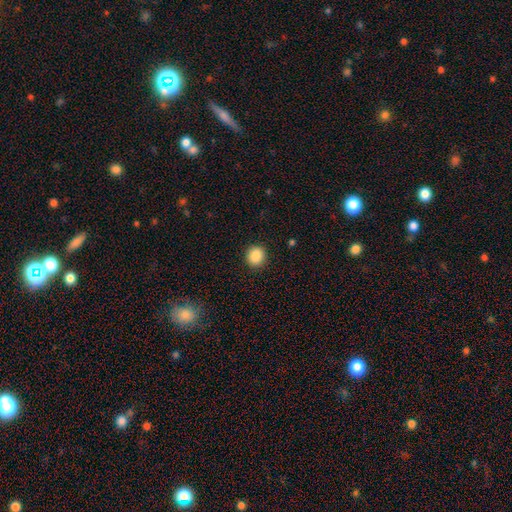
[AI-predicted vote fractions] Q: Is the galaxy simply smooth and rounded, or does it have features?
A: smooth — 88%.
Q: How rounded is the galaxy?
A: round — 87%.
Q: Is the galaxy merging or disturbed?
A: none — 91%.